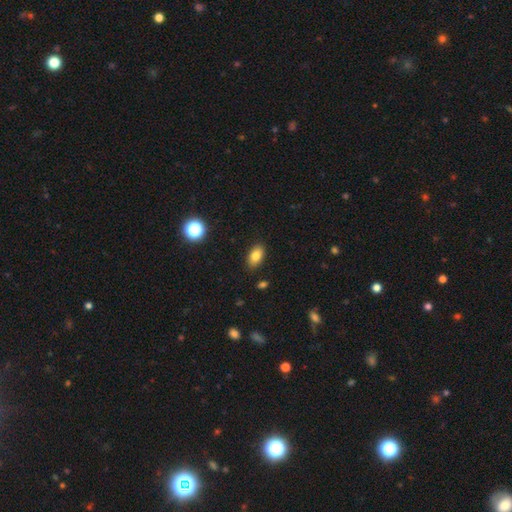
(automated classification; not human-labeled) Morphology: type=smooth (82%); roundness=in between (88%); merging=none (87%).